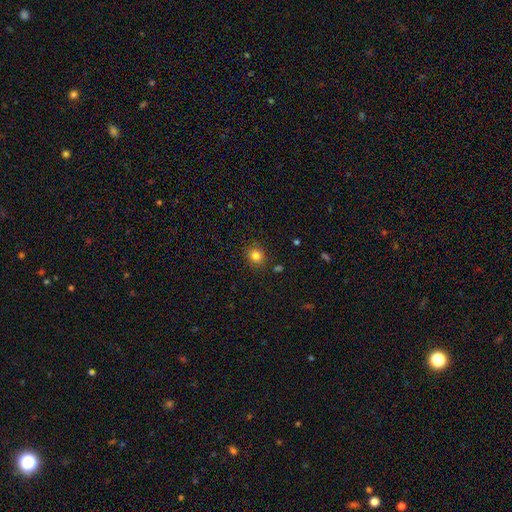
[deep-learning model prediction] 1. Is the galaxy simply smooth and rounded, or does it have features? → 82% smooth, 13% star or artifact, 5% featured or disk.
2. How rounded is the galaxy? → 81% round, 18% in between, 1% cigar-shaped.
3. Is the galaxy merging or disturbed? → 86% none, 10% minor disturbance, 3% major disturbance, 2% merger.